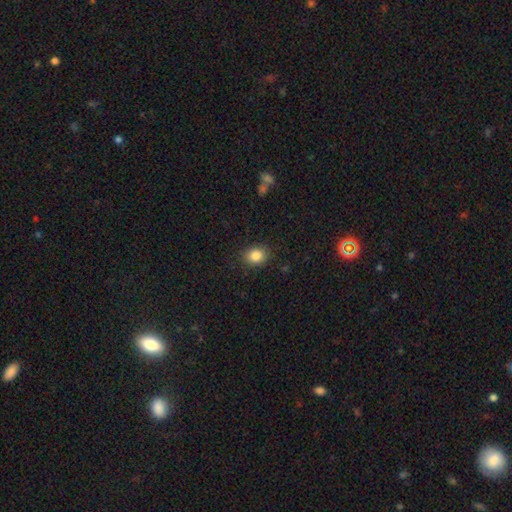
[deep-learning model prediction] Smooth or featured? smooth (85%)
How rounded? round (59%)
Merging? none (87%)